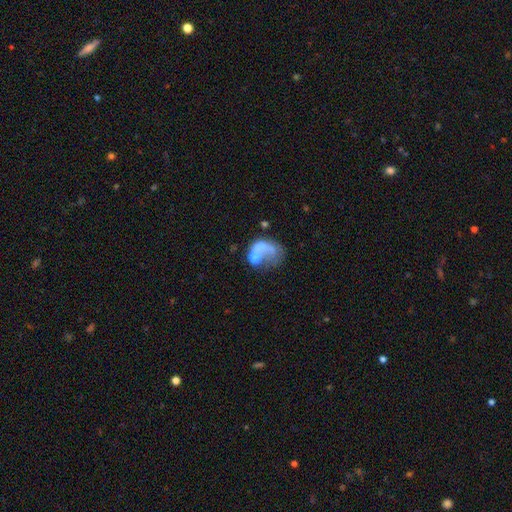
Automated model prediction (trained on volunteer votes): A featured or disk galaxy (52%) with no bar (89%), no spiral arms (80%) and no central bulge (51%).

Vote fractions:
- Smooth or featured? featured or disk: 52% / smooth: 36% / star or artifact: 12%
- Edge-on disk? no: 98% / yes: 2%
- Bar? no: 89% / weak: 9% / strong: 3%
- Spiral arms? no: 80% / yes: 20%
- Bulge size? none: 51% / small: 22% / moderate: 20% / large: 5% / dominant: 2%
- Merging? merger: 33% / major disturbance: 31% / none: 23% / minor disturbance: 13%